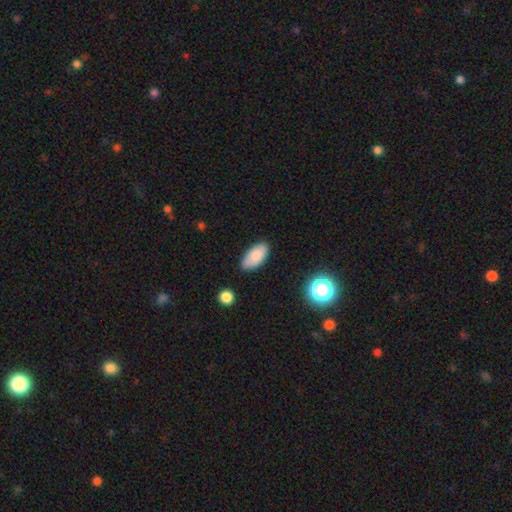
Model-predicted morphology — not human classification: smooth 84%, star or artifact 8%, featured or disk 8%. Down the decision tree: how rounded — in between (93%); merging — none (81%).